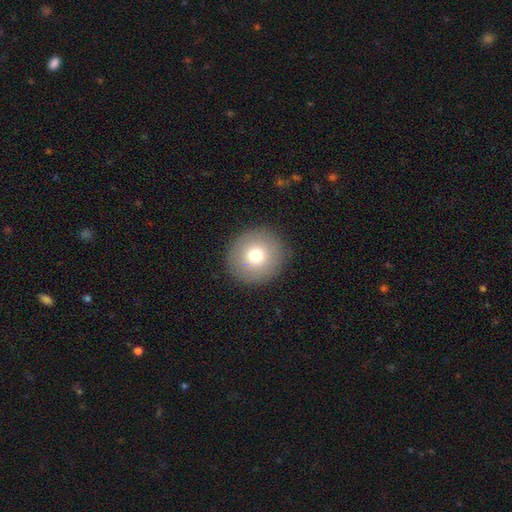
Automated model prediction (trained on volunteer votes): A smooth galaxy with no disk features (76%) that is round (94%).

Vote fractions:
- Smooth or featured? smooth: 76% / featured or disk: 14% / star or artifact: 10%
- How rounded? round: 94% / in between: 5% / cigar-shaped: 1%
- Merging? none: 91% / minor disturbance: 6% / major disturbance: 2% / merger: 1%